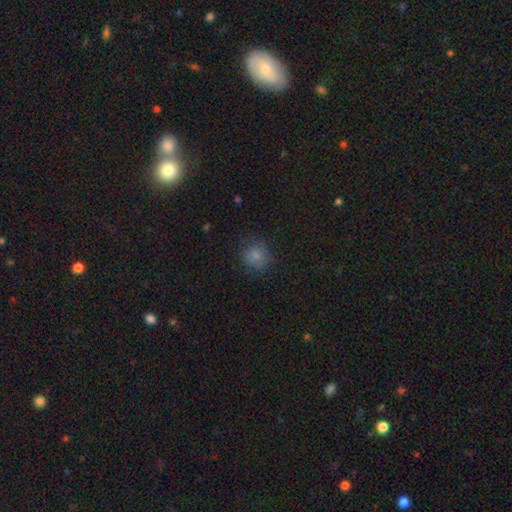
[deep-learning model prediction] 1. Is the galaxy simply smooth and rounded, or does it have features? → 81% smooth, 12% star or artifact, 7% featured or disk.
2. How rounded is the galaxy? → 86% round, 13% in between, 1% cigar-shaped.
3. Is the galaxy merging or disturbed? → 79% none, 15% minor disturbance, 5% major disturbance, 1% merger.